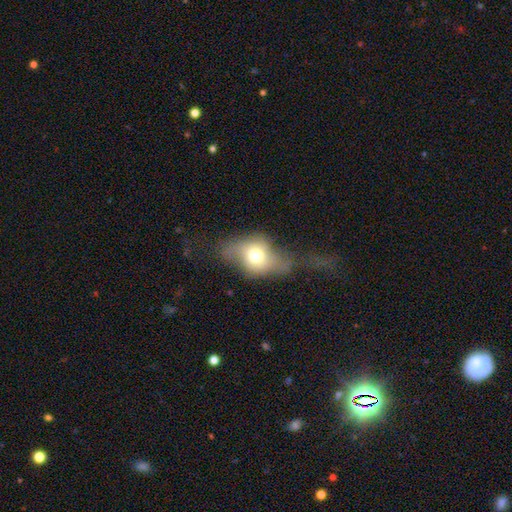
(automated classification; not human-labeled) Overall: smooth (60%; featured or disk 29%). How rounded: in between (61%; round 36%). Merging: major disturbance (44%; none 26%).